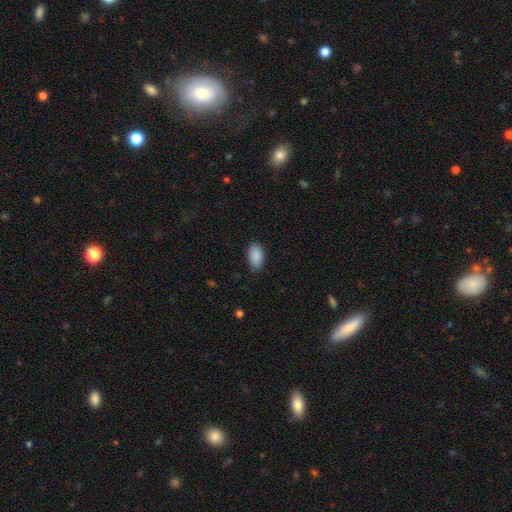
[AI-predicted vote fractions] A smooth galaxy with no disk features (90%) that is in between round and cigar-shaped (94%).

Vote fractions:
- Smooth or featured? smooth: 90% / star or artifact: 7% / featured or disk: 3%
- How rounded? in between: 94% / round: 5% / cigar-shaped: 2%
- Merging? none: 80% / minor disturbance: 16% / major disturbance: 3% / merger: 1%